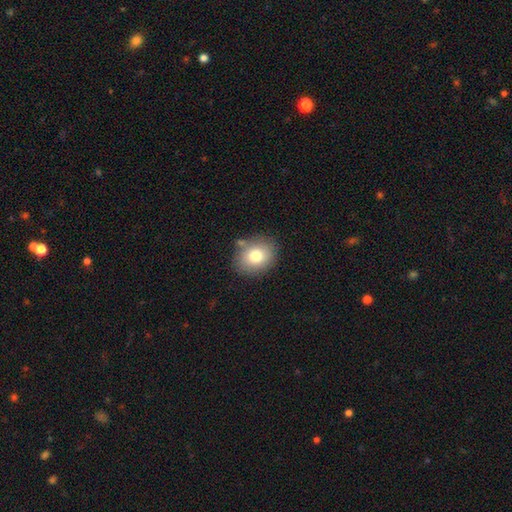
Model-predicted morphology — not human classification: Q: Smooth or featured?
A: smooth (77%); runner-up: featured or disk (13%)
Q: How rounded?
A: round (51%); runner-up: in between (48%)
Q: Merging?
A: none (79%); runner-up: minor disturbance (13%)